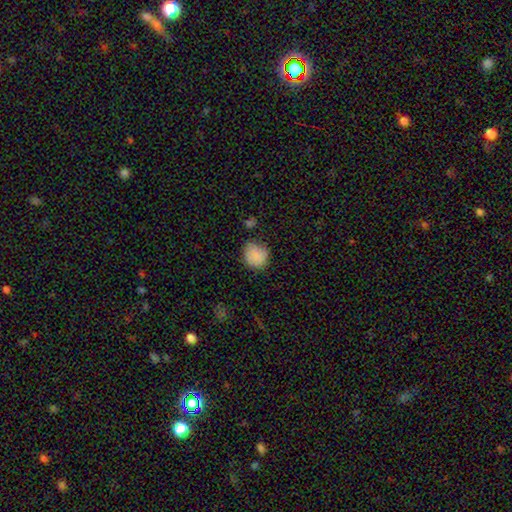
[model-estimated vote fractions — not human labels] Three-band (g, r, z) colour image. It shows a smooth galaxy with no disk features (83%) that is round (81%). Merging: none (61%).